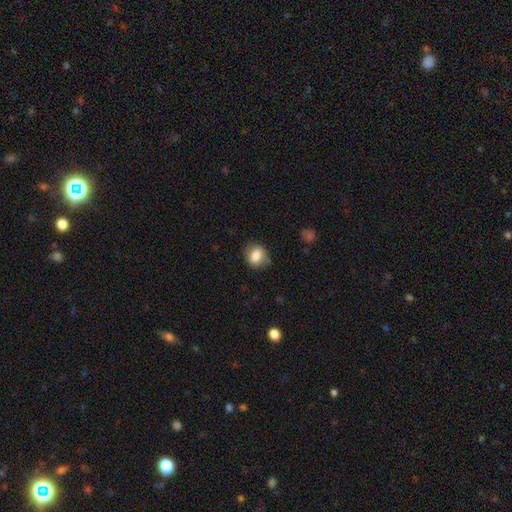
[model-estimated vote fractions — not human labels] Smooth or featured? Predicted: smooth (p=0.79). How rounded? Predicted: round (p=0.52). Merging? Predicted: none (p=0.76).